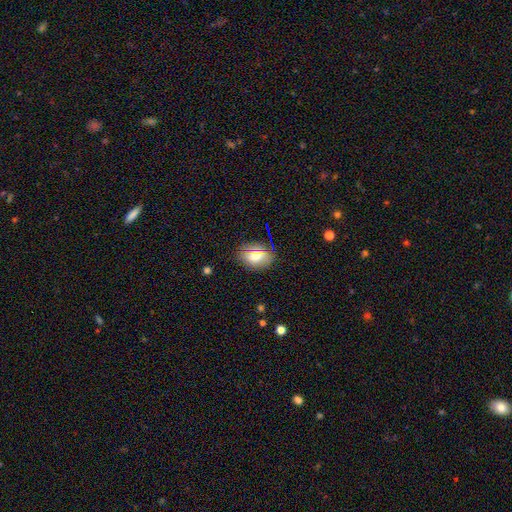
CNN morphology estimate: A smooth galaxy with no disk features (67%) that is in between round and cigar-shaped (69%). Merging: none (83%).